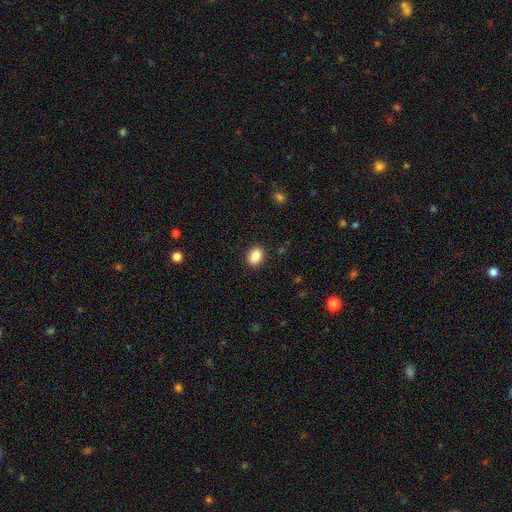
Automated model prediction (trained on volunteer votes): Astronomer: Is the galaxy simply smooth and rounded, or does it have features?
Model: smooth — 87%.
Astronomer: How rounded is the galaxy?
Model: in between — 60% (runner-up: round, 39%).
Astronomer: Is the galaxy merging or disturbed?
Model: none — 89%.